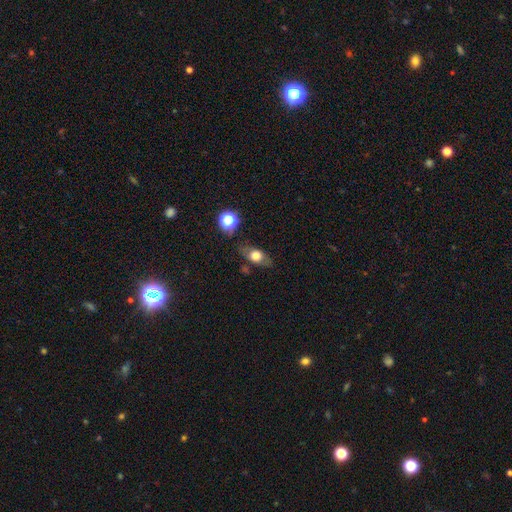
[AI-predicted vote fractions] A smooth galaxy with no disk features (63%) that is in between round and cigar-shaped (73%).

Vote fractions:
- Smooth or featured? smooth: 63% / featured or disk: 27% / star or artifact: 10%
- How rounded? in between: 73% / round: 19% / cigar-shaped: 8%
- Merging? none: 74% / minor disturbance: 17% / major disturbance: 5% / merger: 4%